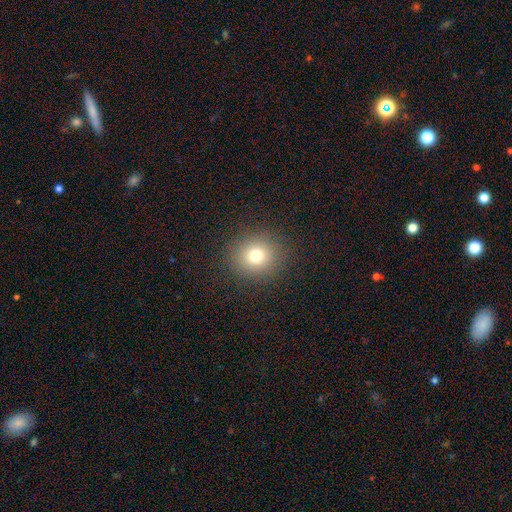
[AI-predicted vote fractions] This is likely a smooth galaxy (75%). How rounded: clearly round (83%). Merging: clearly none (88%).